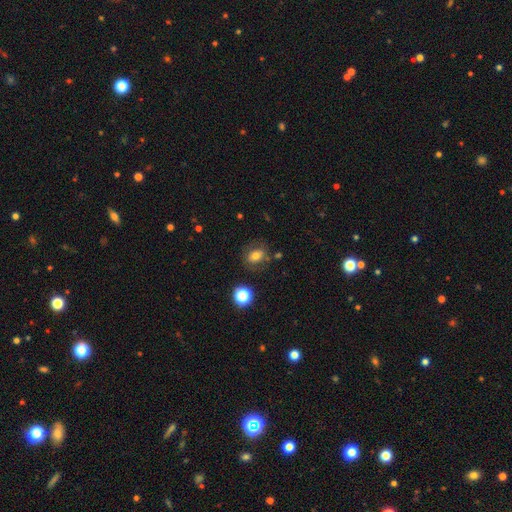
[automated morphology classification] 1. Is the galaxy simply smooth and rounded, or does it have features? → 69% smooth, 17% featured or disk, 14% star or artifact.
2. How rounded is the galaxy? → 55% in between, 43% round, 1% cigar-shaped.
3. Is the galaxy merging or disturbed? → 74% none, 14% minor disturbance, 6% major disturbance, 5% merger.